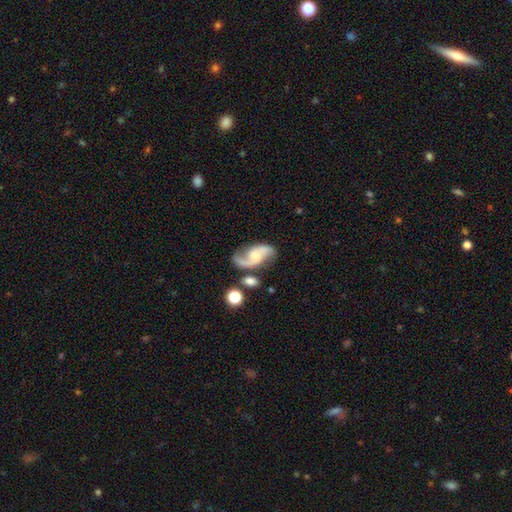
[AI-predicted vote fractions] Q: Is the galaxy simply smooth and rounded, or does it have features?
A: featured or disk — 85%.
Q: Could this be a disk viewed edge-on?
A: no — 97%.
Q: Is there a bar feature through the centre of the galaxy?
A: no — 49%.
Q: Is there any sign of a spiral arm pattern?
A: yes — 96%.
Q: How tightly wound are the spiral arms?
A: loose — 51%.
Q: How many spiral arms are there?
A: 2 — 90%.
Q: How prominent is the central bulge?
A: moderate — 41%.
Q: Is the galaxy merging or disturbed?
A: none — 62%.